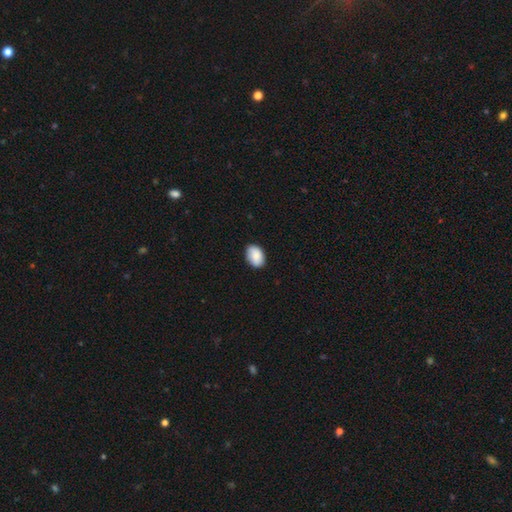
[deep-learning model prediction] smooth_or_featured: smooth (p=0.86) [alt: featured or disk p=0.07]
how_rounded: in between (p=0.84) [alt: round p=0.15]
merging: none (p=0.84) [alt: minor disturbance p=0.13]